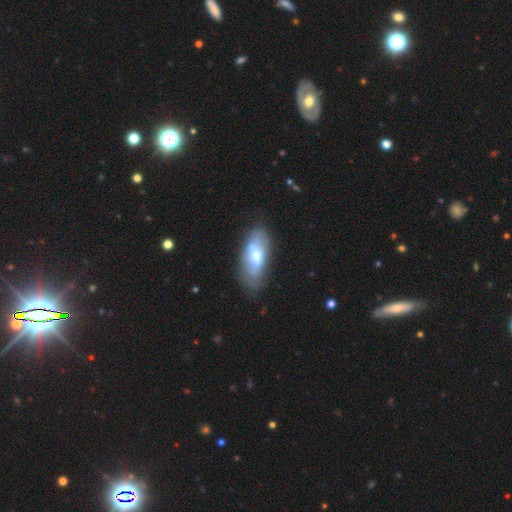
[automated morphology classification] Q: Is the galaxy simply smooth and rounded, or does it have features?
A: featured or disk — 49%.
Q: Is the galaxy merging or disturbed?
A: none — 71%.